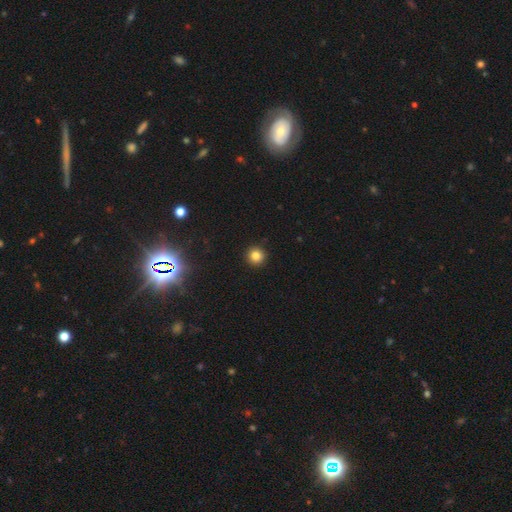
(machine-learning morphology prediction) This appears to be a smooth galaxy with no disk features (83%) that is round (95%). Merging: none (93%).